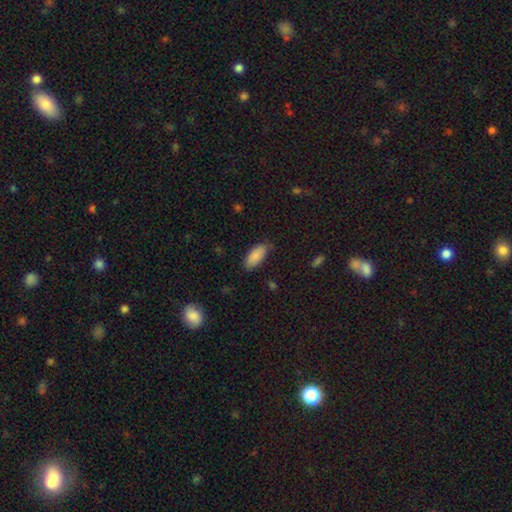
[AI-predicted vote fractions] This appears to be a smooth galaxy with no disk features (87%) that is in between round and cigar-shaped (88%). Merging: none (78%).